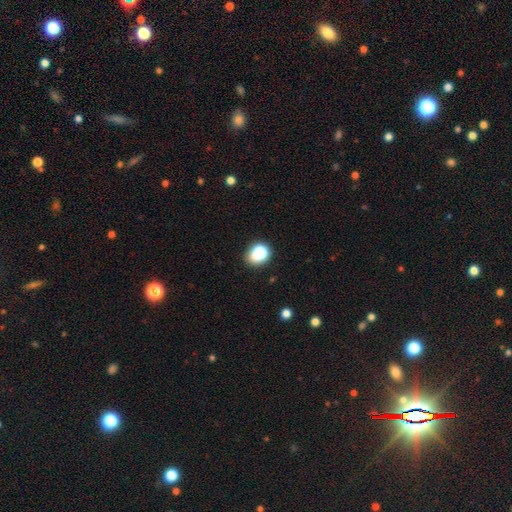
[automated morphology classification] This is likely a smooth galaxy (75%). How rounded: possibly round (55%). Merging: likely none (71%).